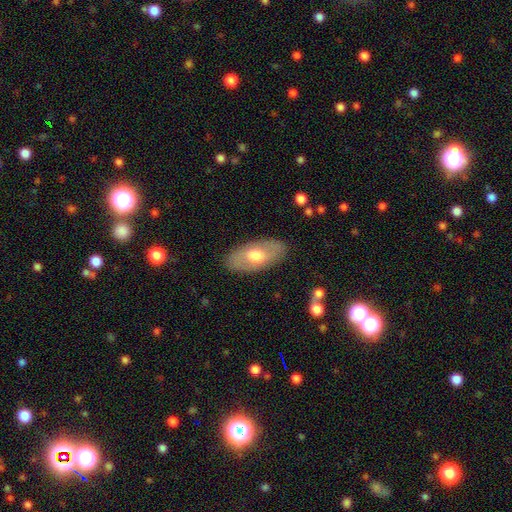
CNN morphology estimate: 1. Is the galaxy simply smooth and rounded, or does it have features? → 55% smooth, 40% featured or disk, 6% star or artifact.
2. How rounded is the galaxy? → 90% in between, 7% cigar-shaped, 3% round.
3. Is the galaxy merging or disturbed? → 85% none, 10% minor disturbance, 3% major disturbance, 1% merger.